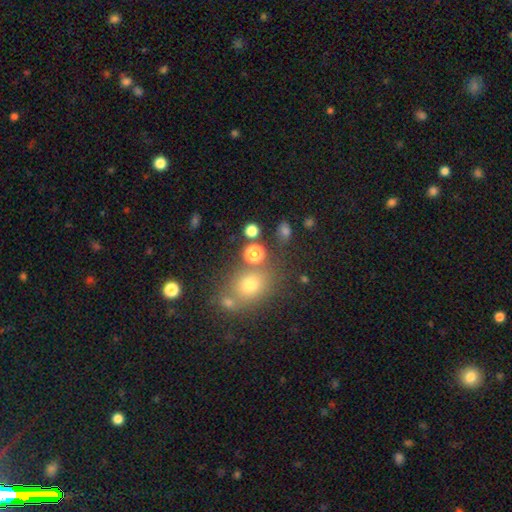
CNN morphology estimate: type=smooth (69%); roundness=round (68%); merging=none (66%).